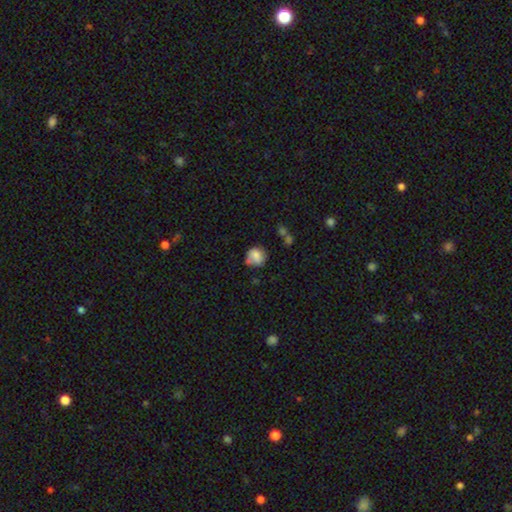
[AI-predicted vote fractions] Smooth or featured? Predicted: smooth (p=0.68). How rounded? Predicted: round (p=0.77). Merging? Predicted: none (p=0.54).